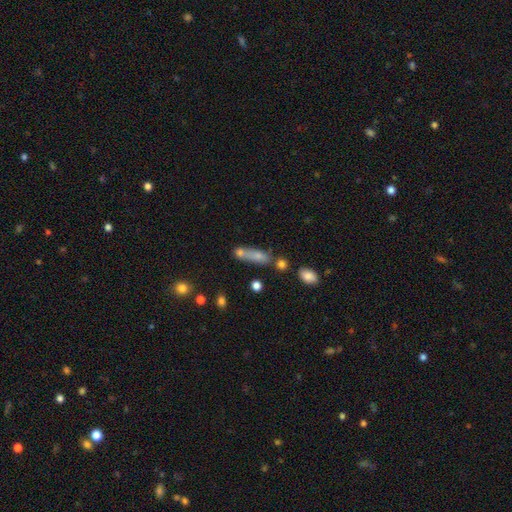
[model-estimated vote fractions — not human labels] Morphology: type=smooth (68%); roundness=cigar-shaped (55%); merging=merger (39%).